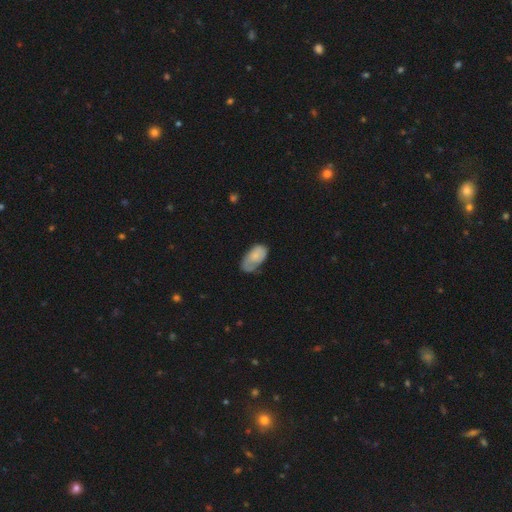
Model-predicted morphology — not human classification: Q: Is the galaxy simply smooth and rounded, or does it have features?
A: smooth — 70%.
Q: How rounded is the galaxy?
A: in between — 94%.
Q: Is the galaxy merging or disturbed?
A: none — 40%.